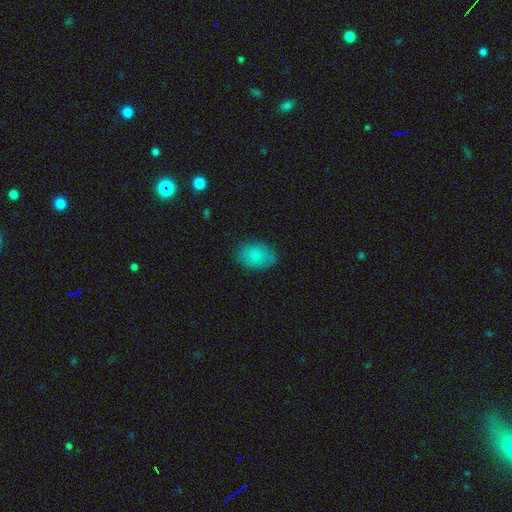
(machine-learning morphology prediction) smooth-or-featured: smooth: 81% | featured or disk: 11% | star or artifact: 8%
  how-rounded: in between: 79% | round: 20% | cigar-shaped: 1%
  merging: none: 78% | minor disturbance: 17% | major disturbance: 4% | merger: 1%